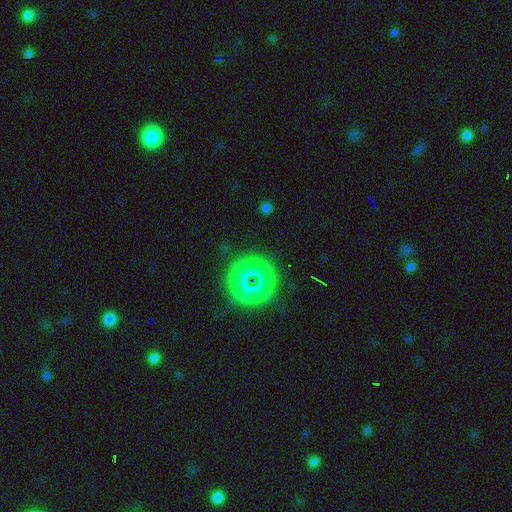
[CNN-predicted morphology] The model was most divided on "smooth or featured": star or artifact: 74%, smooth: 18%, featured or disk: 8%.